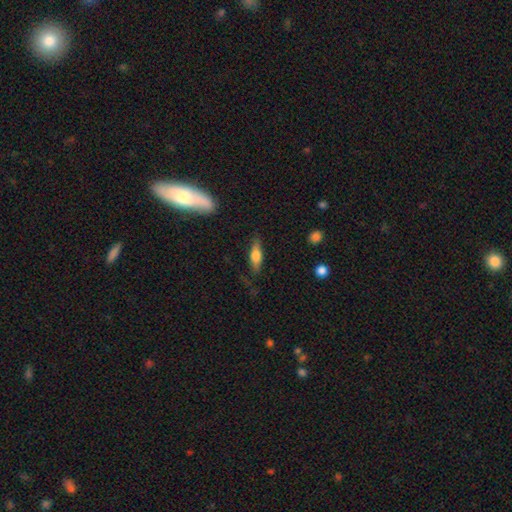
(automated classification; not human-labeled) This appears to be a smooth galaxy with no disk features (57%) that is cigar-shaped (52%). Merging: none (77%).